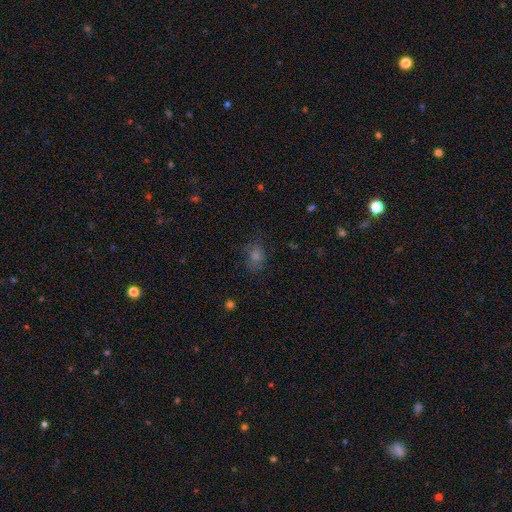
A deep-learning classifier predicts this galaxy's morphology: Overall: smooth (52%; star or artifact 28%). How rounded: round (51%; in between 48%). Merging: none (75%).